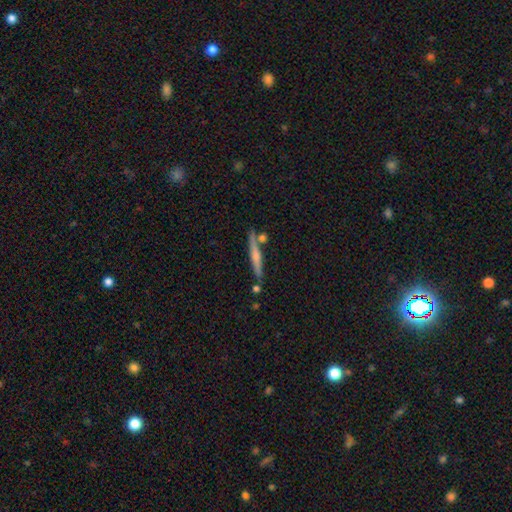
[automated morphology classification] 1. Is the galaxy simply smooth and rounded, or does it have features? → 52% featured or disk, 41% smooth, 7% star or artifact.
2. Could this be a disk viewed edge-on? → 97% yes, 3% no.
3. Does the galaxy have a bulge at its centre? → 60% rounded, 28% none, 12% boxy.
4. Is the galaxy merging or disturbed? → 79% none, 11% minor disturbance, 8% merger, 3% major disturbance.